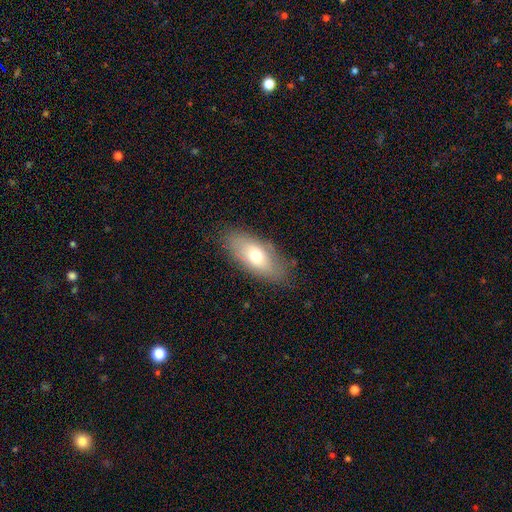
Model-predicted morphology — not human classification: Smooth or featured?
  - smooth: 66% *
  - featured or disk: 26%
  - star or artifact: 8%
How rounded?
  - in between: 85% *
  - cigar-shaped: 11%
  - round: 4%
Merging?
  - none: 80% *
  - minor disturbance: 14%
  - major disturbance: 4%
  - merger: 1%